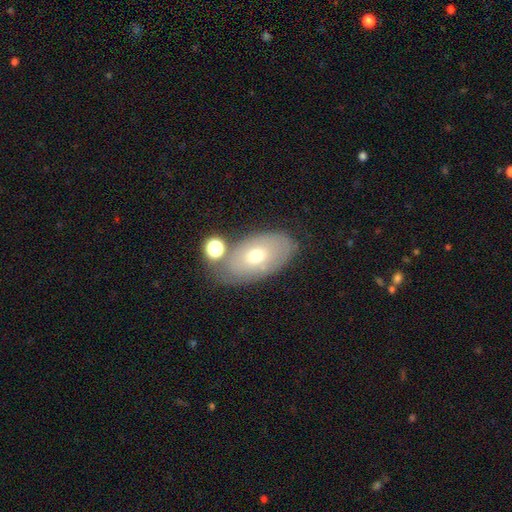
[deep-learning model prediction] Q: Smooth or featured?
A: smooth (57%); runner-up: featured or disk (34%)
Q: How rounded?
A: in between (90%); runner-up: round (8%)
Q: Merging?
A: none (66%); runner-up: minor disturbance (18%)